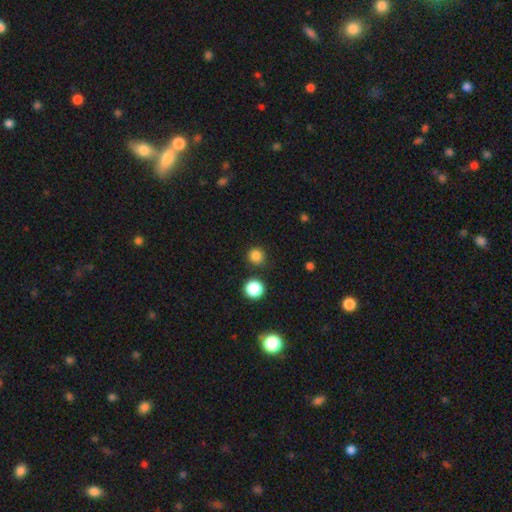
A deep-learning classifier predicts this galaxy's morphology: A smooth galaxy with no disk features (82%) that is round (93%).

Vote fractions:
- Smooth or featured? smooth: 82% / star or artifact: 14% / featured or disk: 4%
- How rounded? round: 93% / in between: 6% / cigar-shaped: 1%
- Merging? none: 85% / minor disturbance: 8% / merger: 4% / major disturbance: 3%